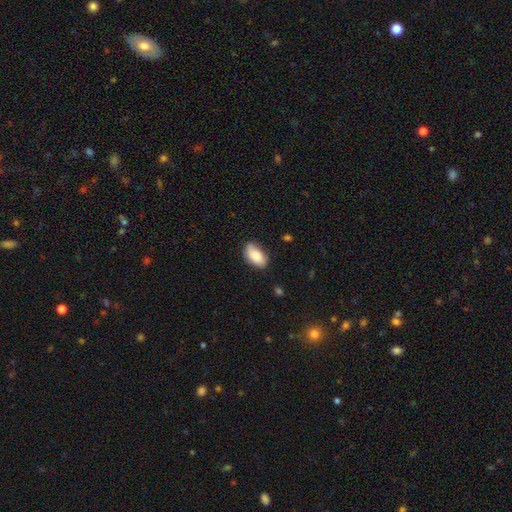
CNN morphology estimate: This is clearly a smooth galaxy (86%). How rounded: clearly in between (94%). Merging: likely none (77%).